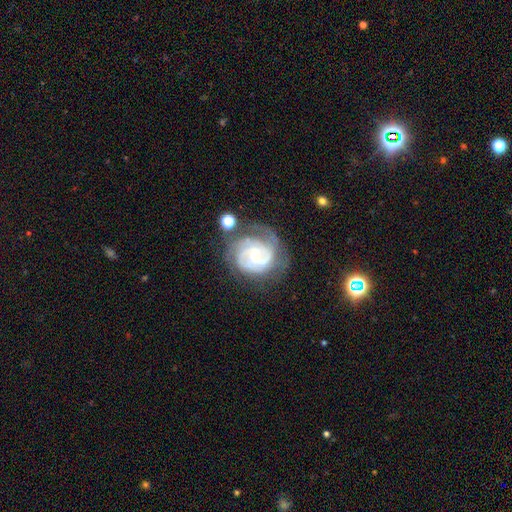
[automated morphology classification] Smooth or featured?
  - featured or disk: 81% *
  - smooth: 12%
  - star or artifact: 6%
Edge-on disk?
  - no: 98% *
  - yes: 2%
Bar?
  - no: 70% *
  - weak: 25%
  - strong: 5%
Spiral arms?
  - yes: 91% *
  - no: 9%
Spiral winding?
  - tight: 62% *
  - medium: 30%
  - loose: 8%
Spiral arm count?
  - can't tell: 33% *
  - 2: 27%
  - 3: 24%
  - 4: 7%
  - 1: 5%
  - more than 4: 4%
Bulge size?
  - small: 62% *
  - moderate: 33%
  - none: 3%
  - large: 2%
  - dominant: 1%
Merging?
  - none: 50% *
  - minor disturbance: 24%
  - major disturbance: 19%
  - merger: 6%